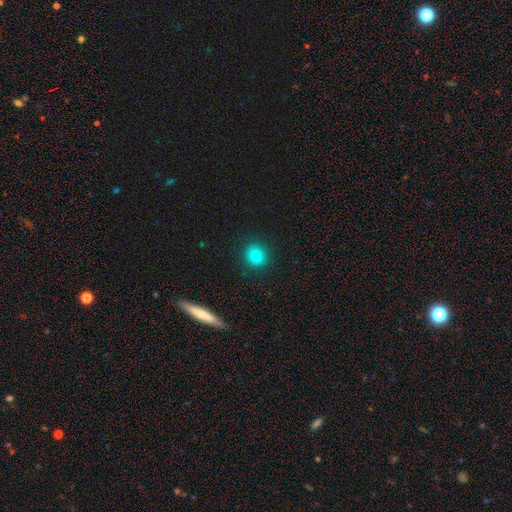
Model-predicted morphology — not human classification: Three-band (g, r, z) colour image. It shows a smooth galaxy with no disk features (83%) that is round (80%). Merging: none (87%).